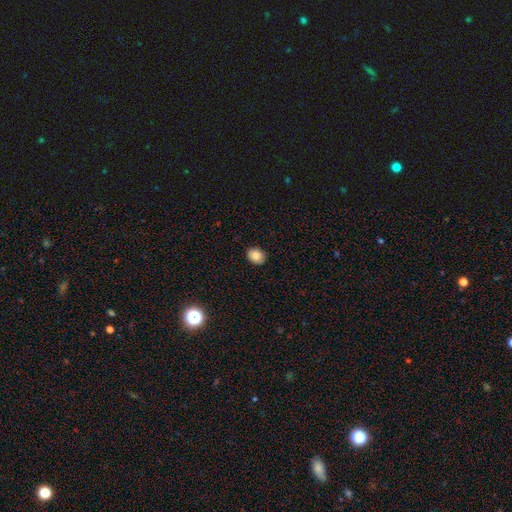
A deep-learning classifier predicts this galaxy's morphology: A smooth galaxy with no disk features (86%) that is in between round and cigar-shaped (52%).

Vote fractions:
- Smooth or featured? smooth: 86% / star or artifact: 10% / featured or disk: 4%
- How rounded? in between: 52% / round: 47% / cigar-shaped: 1%
- Merging? none: 87% / minor disturbance: 10% / major disturbance: 2% / merger: 1%